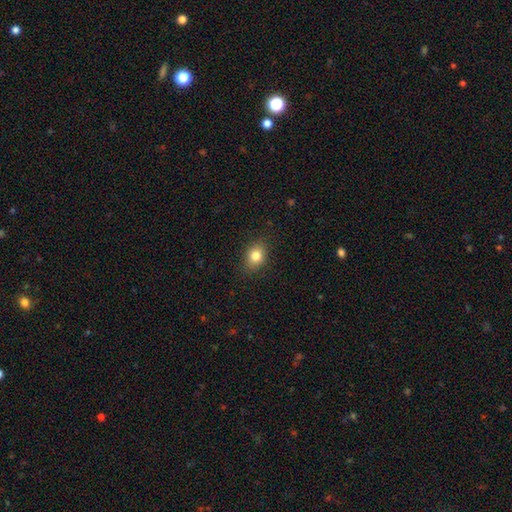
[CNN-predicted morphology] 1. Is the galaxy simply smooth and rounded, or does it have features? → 82% smooth, 10% star or artifact, 8% featured or disk.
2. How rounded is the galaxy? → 55% in between, 44% round, 1% cigar-shaped.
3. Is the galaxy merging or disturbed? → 86% none, 11% minor disturbance, 3% major disturbance, 1% merger.